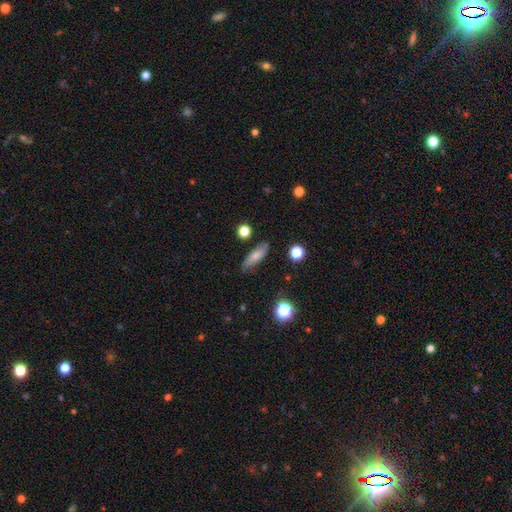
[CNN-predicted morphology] This is likely a smooth galaxy (67%). How rounded: possibly cigar-shaped (53%). Merging: clearly none (82%).